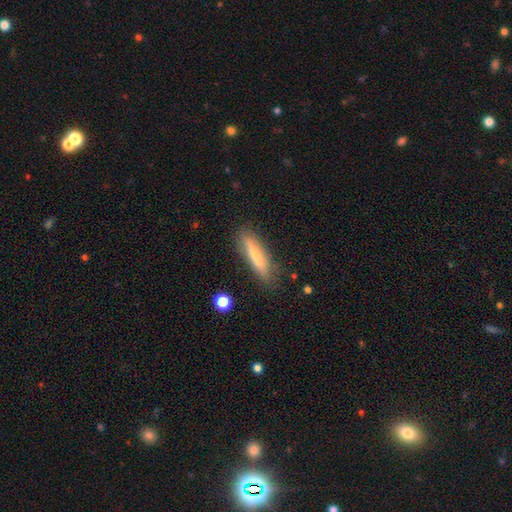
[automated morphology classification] The model was most divided on "smooth or featured": smooth: 59%, featured or disk: 34%, star or artifact: 7%. More confident: merging — none (81%); how rounded — cigar-shaped (79%).